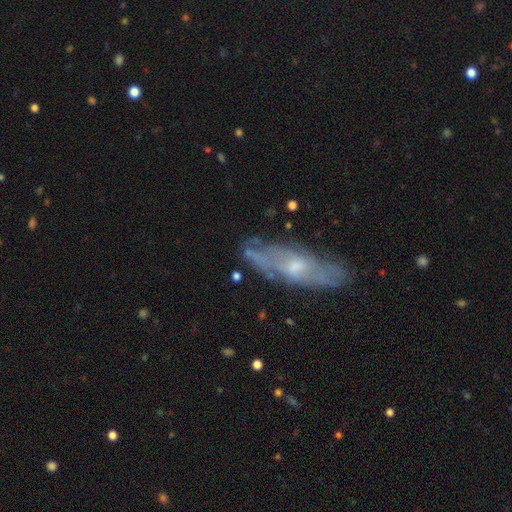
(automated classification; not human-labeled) Smooth or featured? Predicted: featured or disk (p=0.62). Edge-on disk? Predicted: no (p=0.65). Merging? Predicted: none (p=0.68).